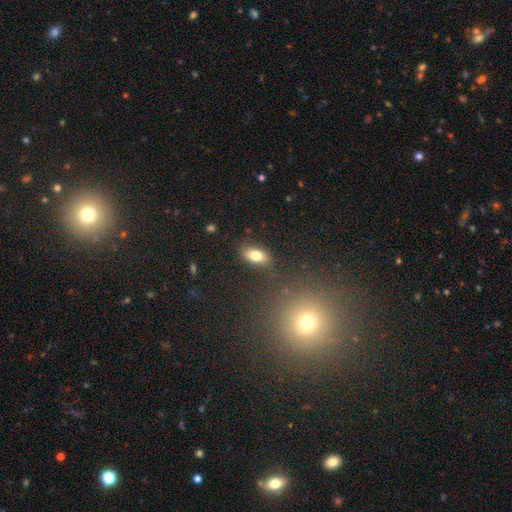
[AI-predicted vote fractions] This is likely a smooth galaxy (80%). How rounded: clearly in between (88%). Merging: clearly none (81%).